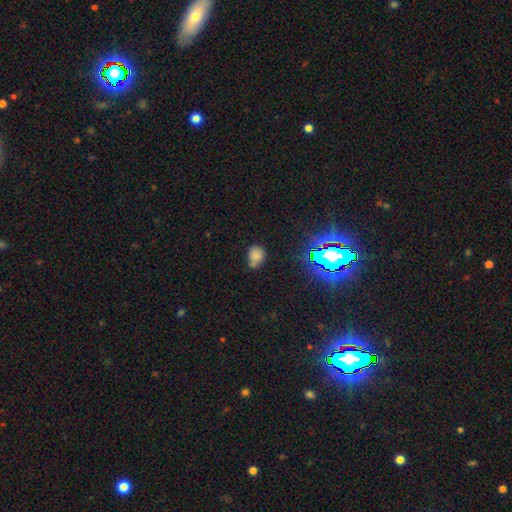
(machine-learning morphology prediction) The model was most divided on "how rounded": round: 55%, in between: 43%, cigar-shaped: 1%. More confident: smooth or featured — smooth (72%); merging — none (54%).